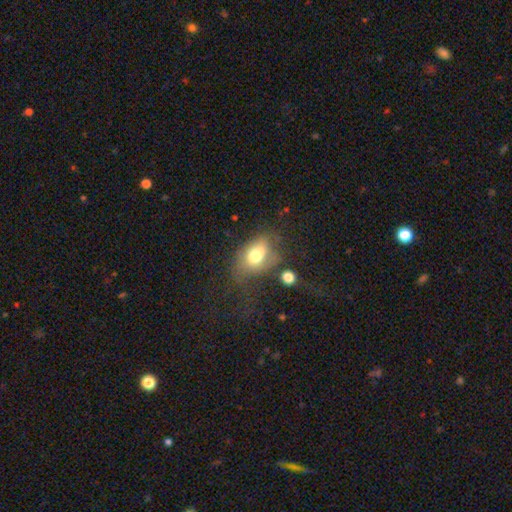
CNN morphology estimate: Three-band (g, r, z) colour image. It shows a smooth galaxy with no disk features (70%) that is in between round and cigar-shaped (79%). Merging: none (40%).